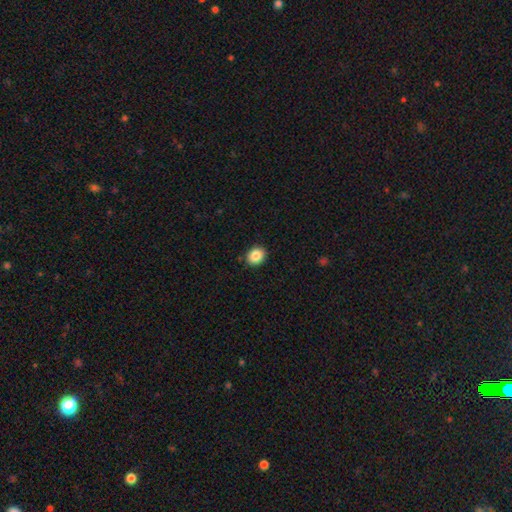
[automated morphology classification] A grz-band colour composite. It shows a smooth galaxy with no disk features (87%) that is round (59%). Merging: none (89%).